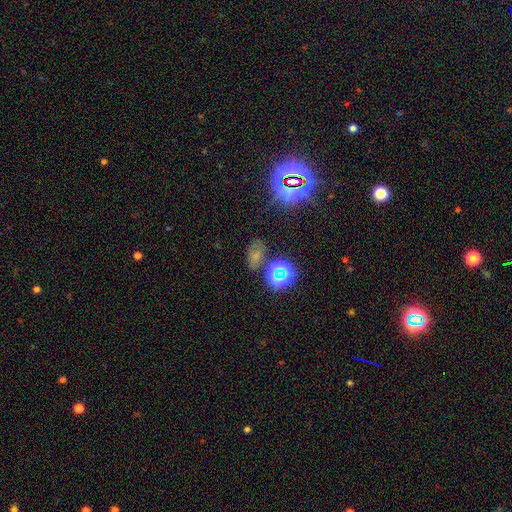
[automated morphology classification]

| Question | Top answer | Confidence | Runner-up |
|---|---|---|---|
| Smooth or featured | smooth | 49% | star or artifact (40%) |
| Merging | none | 70% | minor disturbance (17%) |